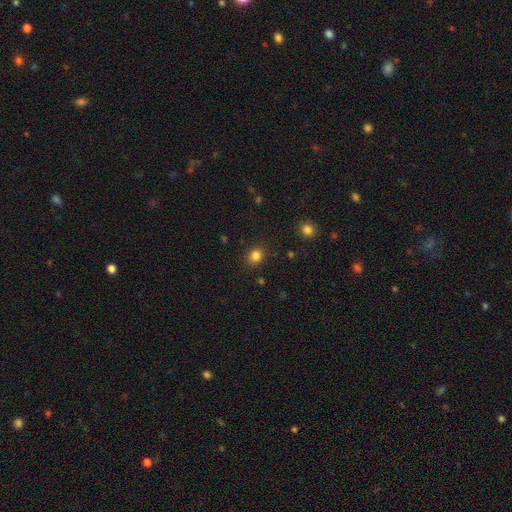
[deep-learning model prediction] The model was most divided on "how rounded": round: 70%, in between: 29%, cigar-shaped: 1%. More confident: merging — none (86%); smooth or featured — smooth (83%).